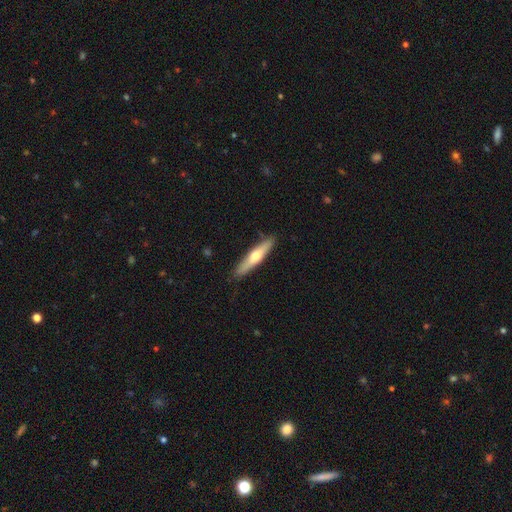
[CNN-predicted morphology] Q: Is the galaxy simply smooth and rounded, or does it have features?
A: smooth — 48%.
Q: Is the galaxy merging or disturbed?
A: none — 88%.